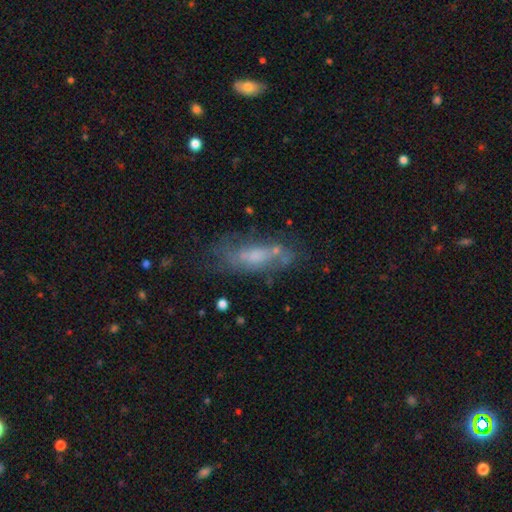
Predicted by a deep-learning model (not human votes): smooth_or_featured: featured or disk (p=0.50) [alt: smooth p=0.39]
disk_edge_on: no (p=0.78) [alt: yes p=0.22]
merging: none (p=0.56) [alt: minor disturbance p=0.23]